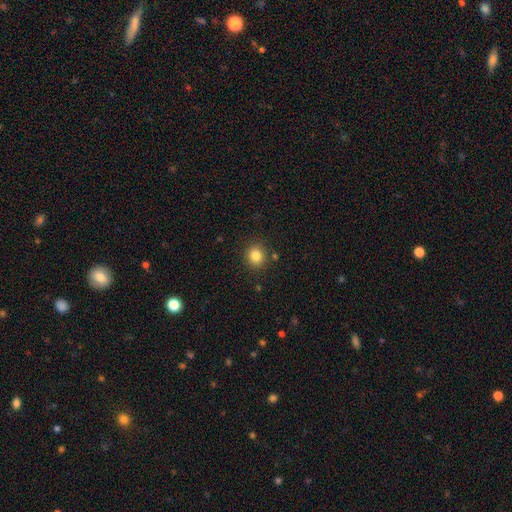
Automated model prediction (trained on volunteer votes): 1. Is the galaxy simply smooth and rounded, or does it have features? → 84% smooth, 11% star or artifact, 5% featured or disk.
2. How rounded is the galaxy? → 84% round, 15% in between, 1% cigar-shaped.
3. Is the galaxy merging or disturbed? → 87% none, 8% minor disturbance, 2% merger, 2% major disturbance.